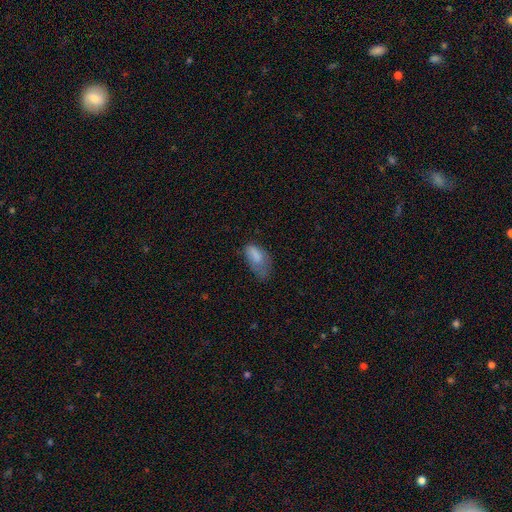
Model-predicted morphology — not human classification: This is likely a smooth galaxy (79%). How rounded: clearly in between (92%). Merging: marginally minor disturbance (36%).